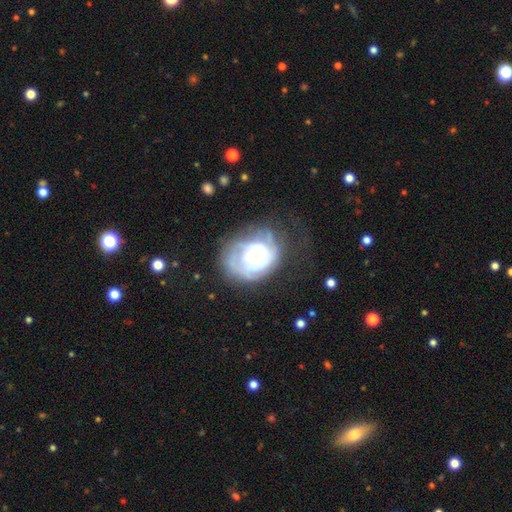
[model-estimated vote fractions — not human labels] Smooth or featured?
  - featured or disk: 76% *
  - smooth: 18%
  - star or artifact: 7%
Edge-on disk?
  - no: 97% *
  - yes: 3%
Bar?
  - no: 78% *
  - weak: 18%
  - strong: 4%
Spiral arms?
  - yes: 79% *
  - no: 21%
Spiral winding?
  - tight: 68% *
  - medium: 23%
  - loose: 9%
Spiral arm count?
  - can't tell: 52% *
  - 2: 21%
  - 3: 10%
  - 1: 9%
  - 4: 5%
  - more than 4: 3%
Bulge size?
  - moderate: 54% *
  - small: 35%
  - large: 8%
  - none: 1%
  - dominant: 1%
Merging?
  - none: 46% *
  - minor disturbance: 26%
  - major disturbance: 26%
  - merger: 2%